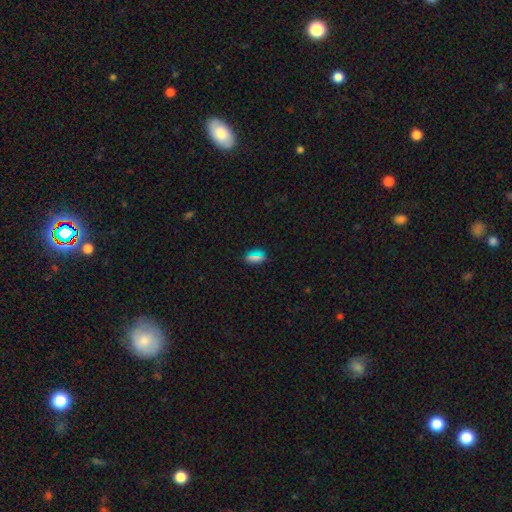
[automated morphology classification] smooth_or_featured: smooth (p=0.65) [alt: star or artifact p=0.26]
how_rounded: in between (p=0.64) [alt: round p=0.26]
merging: none (p=0.84) [alt: minor disturbance p=0.11]